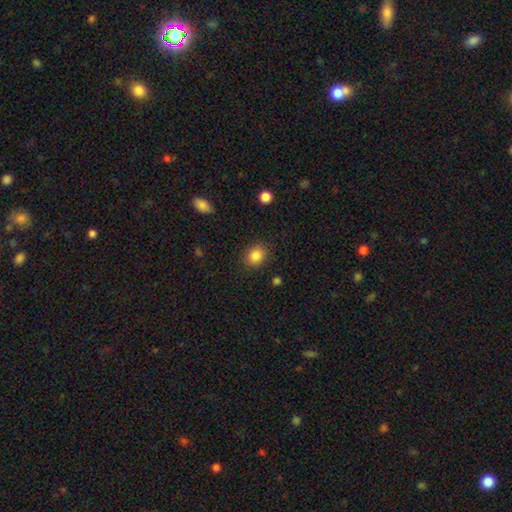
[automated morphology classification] Smooth or featured? Predicted: smooth (p=0.86). How rounded? Predicted: round (p=0.60). Merging? Predicted: none (p=0.86).